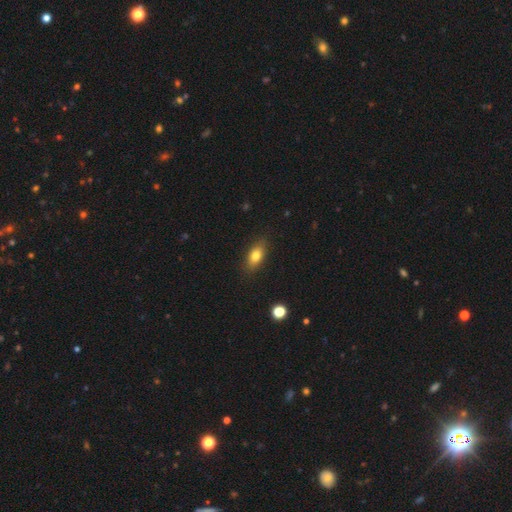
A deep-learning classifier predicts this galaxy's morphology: Smooth or featured? smooth (77%)
How rounded? in between (82%)
Merging? none (85%)